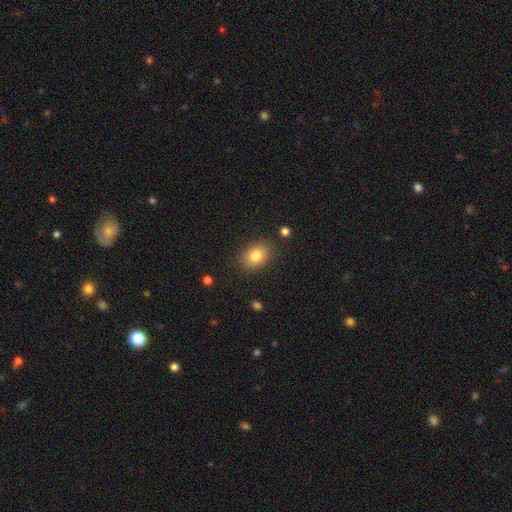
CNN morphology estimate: The model was most divided on "how rounded": in between: 69%, round: 30%, cigar-shaped: 1%. More confident: merging — none (85%); smooth or featured — smooth (83%).